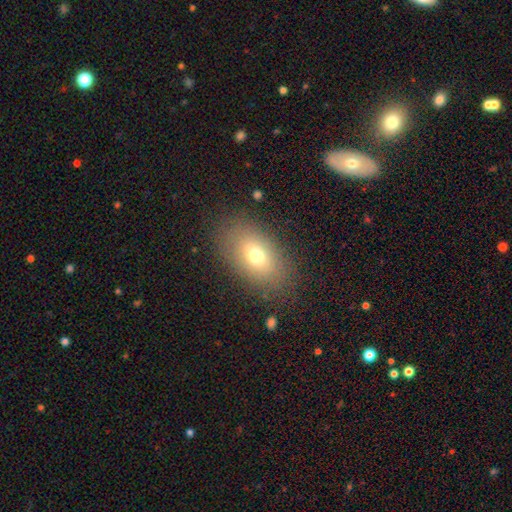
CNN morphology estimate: Smooth or featured? smooth (70%)
How rounded? in between (86%)
Merging? none (83%)